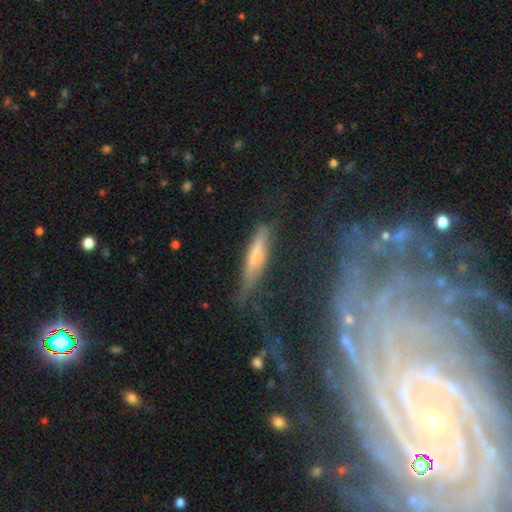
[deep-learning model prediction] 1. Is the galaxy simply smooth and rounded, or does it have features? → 53% smooth, 38% featured or disk, 10% star or artifact.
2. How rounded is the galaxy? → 80% cigar-shaped, 17% in between, 3% round.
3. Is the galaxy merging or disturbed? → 53% none, 28% minor disturbance, 15% major disturbance, 4% merger.